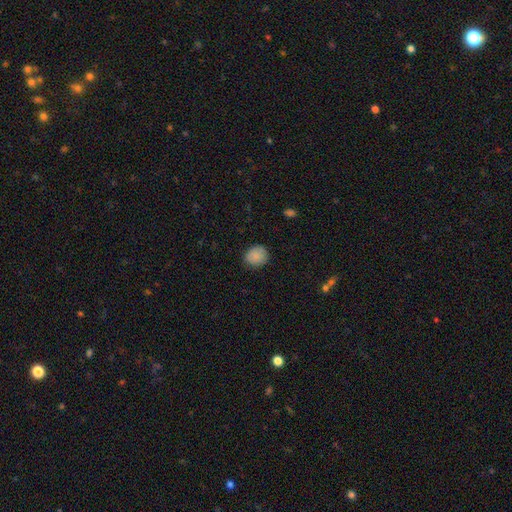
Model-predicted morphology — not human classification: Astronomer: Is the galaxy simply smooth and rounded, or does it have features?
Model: smooth — 87%.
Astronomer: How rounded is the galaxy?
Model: round — 76%.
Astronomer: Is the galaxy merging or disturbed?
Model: none — 83%.